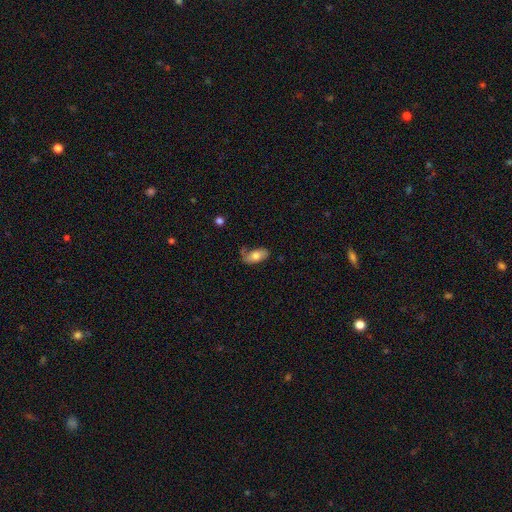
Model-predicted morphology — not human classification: type=smooth (71%); roundness=in between (91%); merging=none (58%).